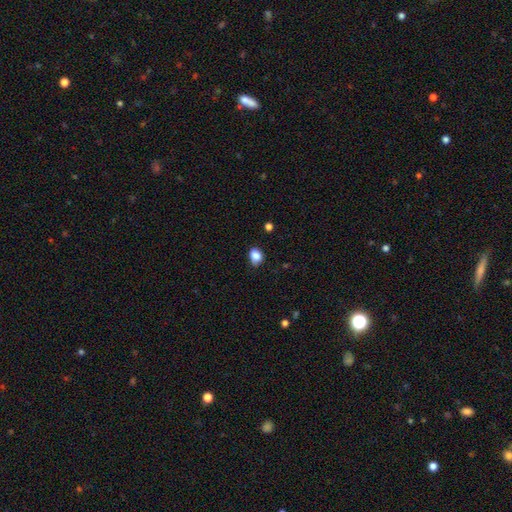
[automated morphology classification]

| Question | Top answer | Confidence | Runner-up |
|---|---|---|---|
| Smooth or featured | smooth | 86% | star or artifact (9%) |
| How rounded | in between | 57% | round (42%) |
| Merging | none | 70% | minor disturbance (24%) |